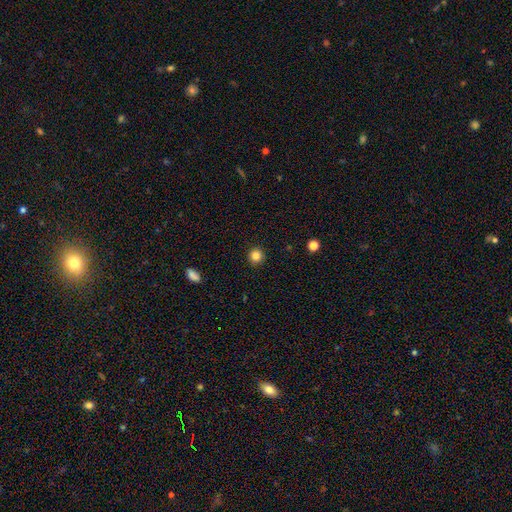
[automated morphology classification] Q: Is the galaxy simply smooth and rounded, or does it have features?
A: smooth — 85%.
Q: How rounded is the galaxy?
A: round — 93%.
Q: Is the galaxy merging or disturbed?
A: none — 92%.